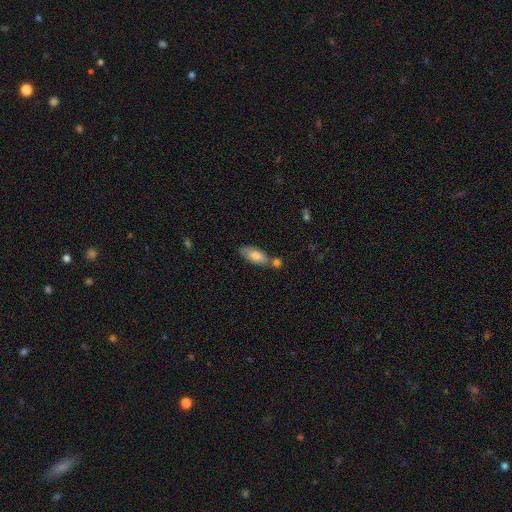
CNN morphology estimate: smooth 77%, featured or disk 16%, star or artifact 7%. Down the decision tree: how rounded — in between (81%); merging — none (55%).